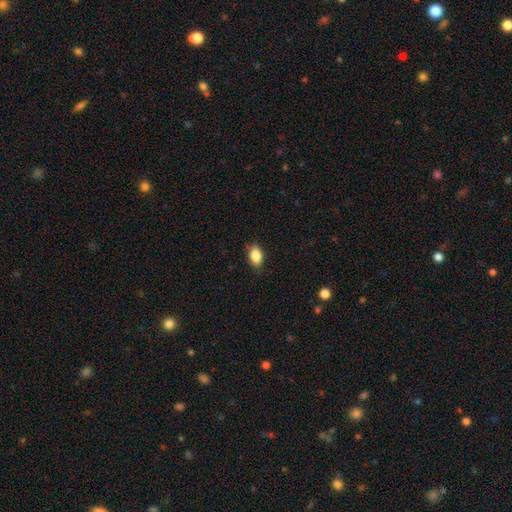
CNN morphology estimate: smooth_or_featured: smooth (p=0.86) [alt: star or artifact p=0.07]
how_rounded: in between (p=0.89) [alt: round p=0.08]
merging: none (p=0.85) [alt: minor disturbance p=0.12]